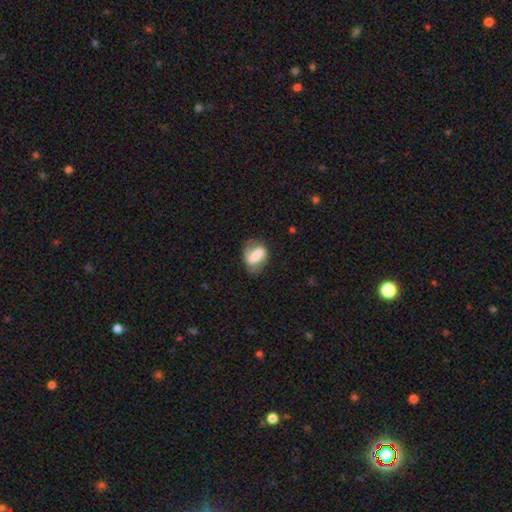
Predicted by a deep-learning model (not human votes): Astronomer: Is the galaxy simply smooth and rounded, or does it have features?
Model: featured or disk — 47% (runner-up: smooth, 45%).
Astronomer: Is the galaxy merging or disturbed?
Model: none — 60%.